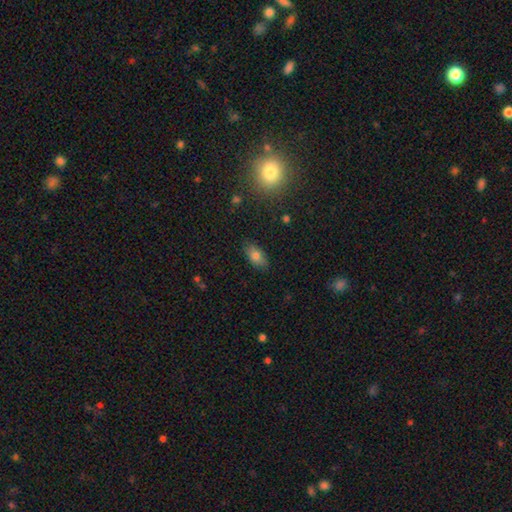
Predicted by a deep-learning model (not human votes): A smooth galaxy with no disk features (78%) that is in between round and cigar-shaped (90%).

Vote fractions:
- Smooth or featured? smooth: 78% / featured or disk: 12% / star or artifact: 10%
- How rounded? in between: 90% / round: 6% / cigar-shaped: 5%
- Merging? none: 85% / minor disturbance: 11% / major disturbance: 2% / merger: 1%